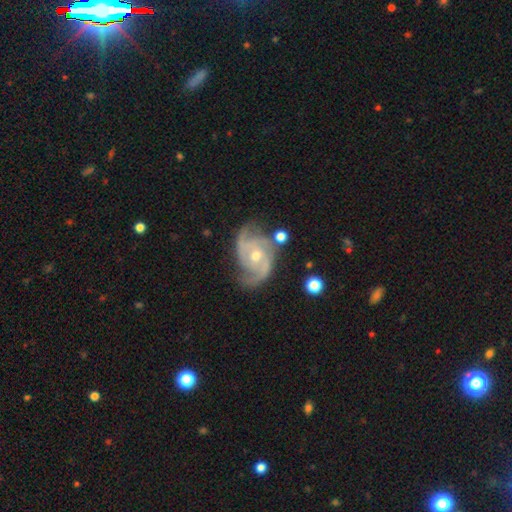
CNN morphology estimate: This appears to be a featured or disk galaxy (90%) with no bar (64%), 2 (50%) medium (48%) spiral arms (97%) and a moderate central bulge (57%). Merging: none (63%).